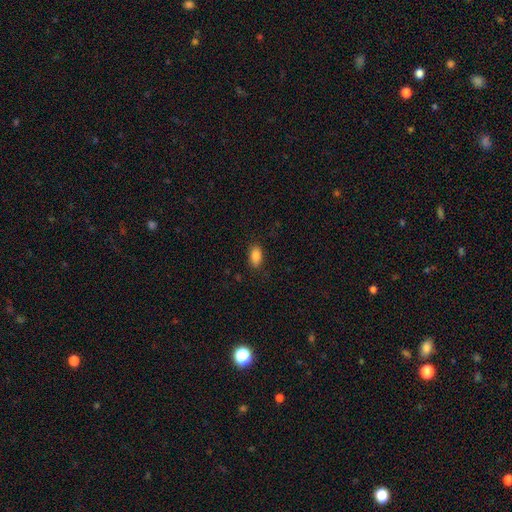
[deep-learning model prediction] A smooth galaxy with no disk features (86%) that is in between round and cigar-shaped (91%). Merging: none (86%).